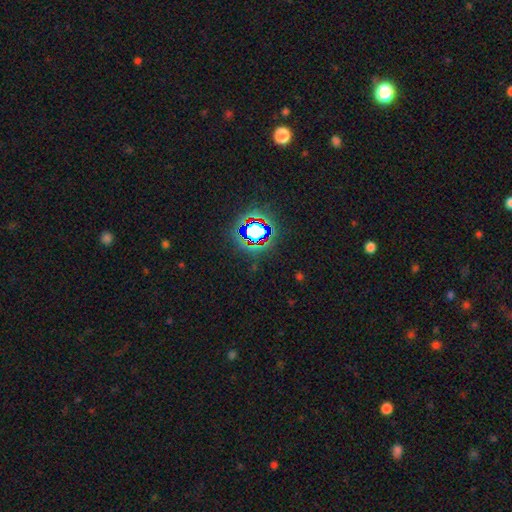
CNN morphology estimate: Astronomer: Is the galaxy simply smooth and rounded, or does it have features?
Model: star or artifact — 79%.